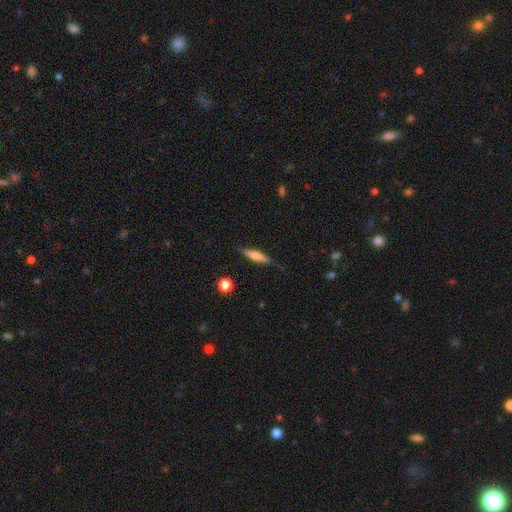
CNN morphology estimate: This is possibly a smooth galaxy (56%). How rounded: likely cigar-shaped (79%). Merging: clearly none (83%).